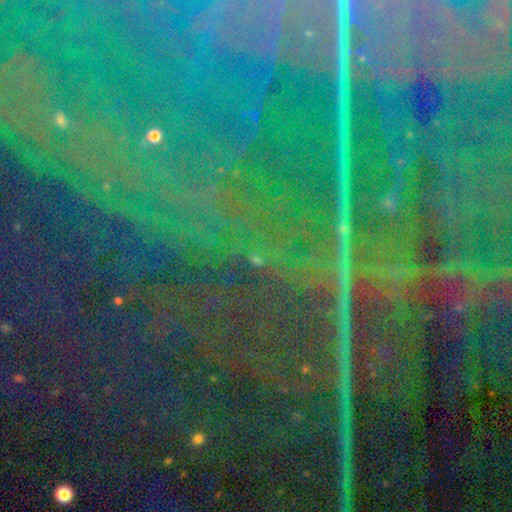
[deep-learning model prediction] Q: Smooth or featured?
A: star or artifact (89%); runner-up: featured or disk (6%)